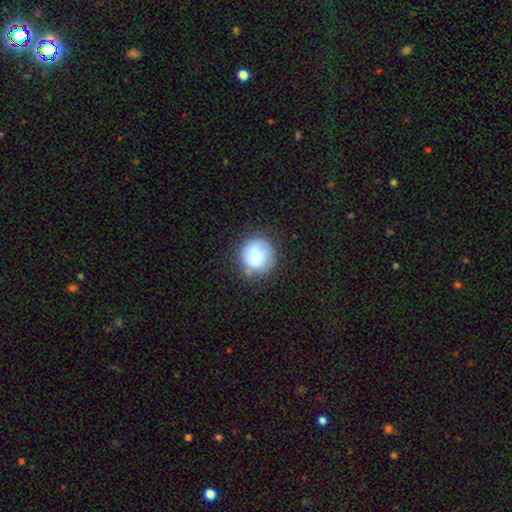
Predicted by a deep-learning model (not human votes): The model was most divided on "merging": none: 70%, minor disturbance: 19%, major disturbance: 7%, merger: 3%. More confident: how rounded — round (90%); smooth or featured — smooth (75%).